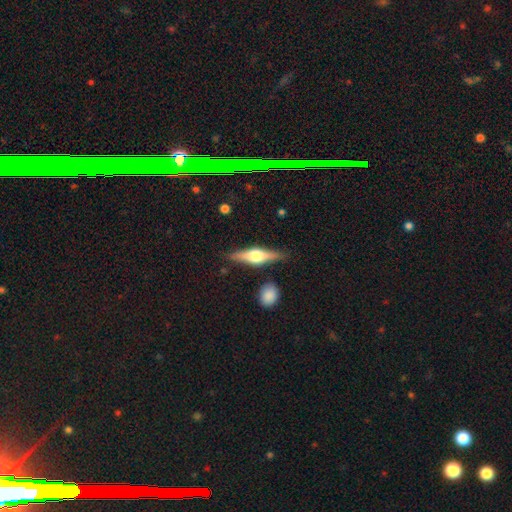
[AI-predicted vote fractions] smooth_or_featured: featured or disk (p=0.65) [alt: smooth p=0.29]
disk_edge_on: yes (p=0.96) [alt: no p=0.04]
edge_on_bulge: rounded (p=0.92) [alt: boxy p=0.06]
merging: none (p=0.84) [alt: minor disturbance p=0.11]